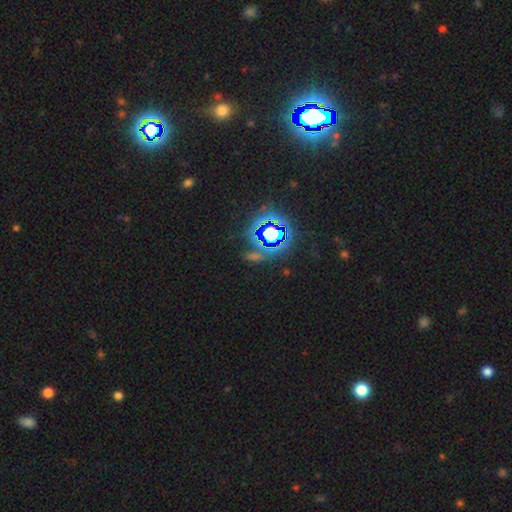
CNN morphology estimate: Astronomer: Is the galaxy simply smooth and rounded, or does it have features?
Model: star or artifact — 75%.